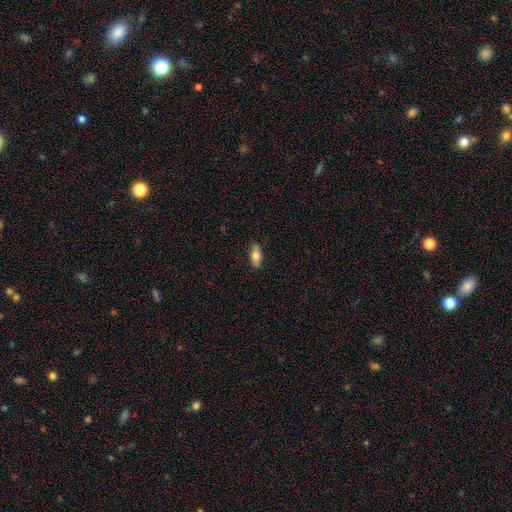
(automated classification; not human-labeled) Smooth or featured? Predicted: smooth (p=0.73). How rounded? Predicted: in between (p=0.83). Merging? Predicted: none (p=0.86).